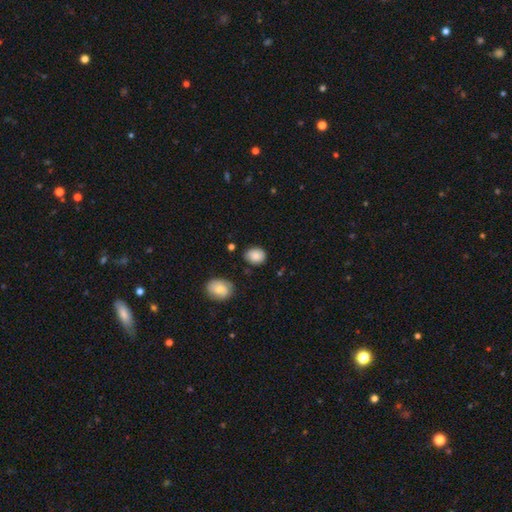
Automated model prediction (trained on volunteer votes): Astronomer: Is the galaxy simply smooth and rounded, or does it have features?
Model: smooth — 84%.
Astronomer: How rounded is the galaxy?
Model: in between — 50% (runner-up: round, 49%).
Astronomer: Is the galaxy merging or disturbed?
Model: none — 77%.